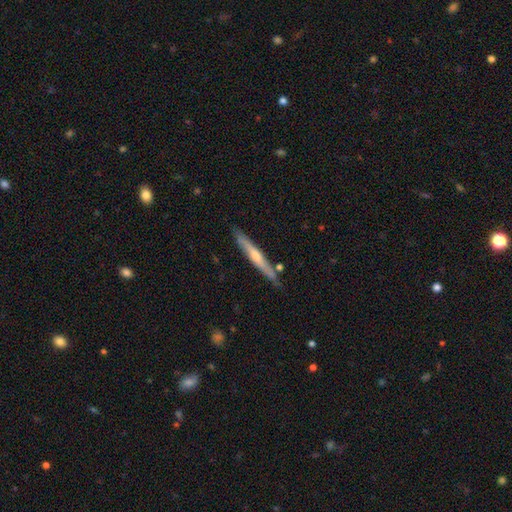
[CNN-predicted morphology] smooth_or_featured: featured or disk (p=0.61) [alt: smooth p=0.34]
disk_edge_on: yes (p=0.96) [alt: no p=0.04]
edge_on_bulge: rounded (p=0.64) [alt: none p=0.29]
merging: none (p=0.83) [alt: minor disturbance p=0.12]